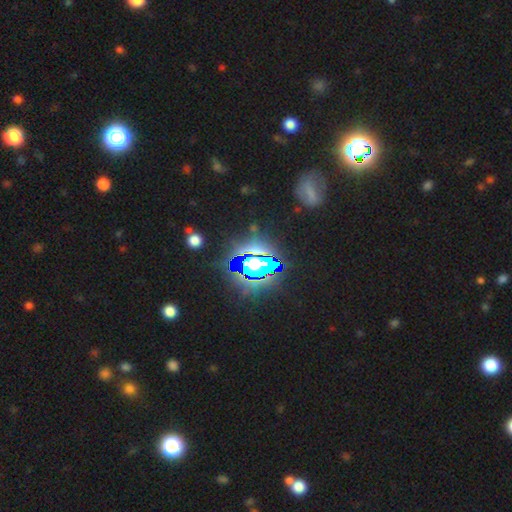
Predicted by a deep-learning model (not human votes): Smooth or featured? star or artifact (80%)